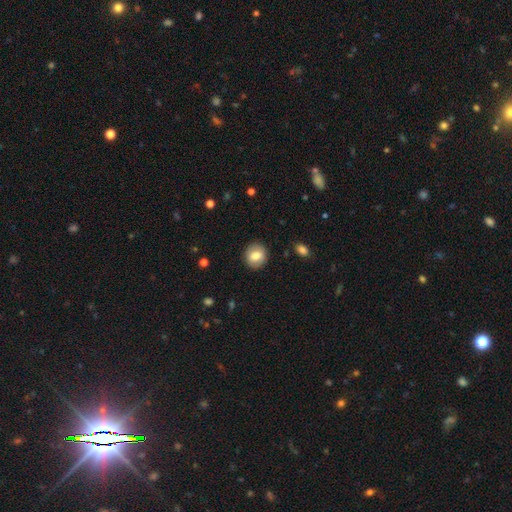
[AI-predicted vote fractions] smooth-or-featured: smooth: 76% | featured or disk: 16% | star or artifact: 8%
  how-rounded: round: 76% | in between: 23% | cigar-shaped: 1%
  merging: none: 88% | minor disturbance: 8% | major disturbance: 3% | merger: 1%